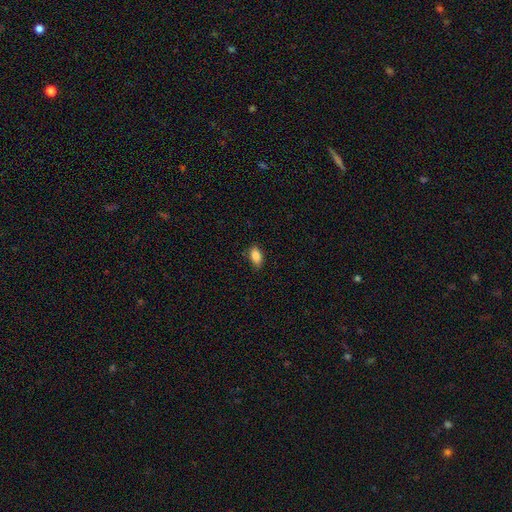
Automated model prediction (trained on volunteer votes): A smooth galaxy with no disk features (87%) that is in between round and cigar-shaped (90%). Merging: none (79%).